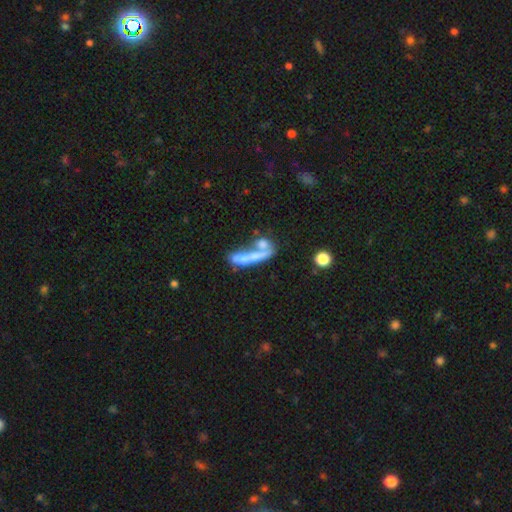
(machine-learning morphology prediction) This is possibly a smooth galaxy (51%). How rounded: likely cigar-shaped (67%). Merging: possibly merger (53%).